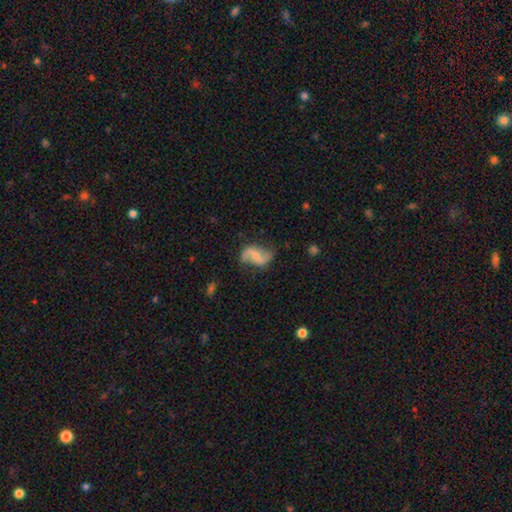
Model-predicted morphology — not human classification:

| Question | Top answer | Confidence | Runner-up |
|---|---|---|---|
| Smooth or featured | featured or disk | 78% | smooth (16%) |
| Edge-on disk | no | 97% | yes (3%) |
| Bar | weak | 45% | no (29%) |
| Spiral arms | yes | 93% | no (7%) |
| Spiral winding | loose | 79% | medium (16%) |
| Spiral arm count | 2 | 92% | can't tell (3%) |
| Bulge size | small | 50% | moderate (35%) |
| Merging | none | 71% | minor disturbance (19%) |